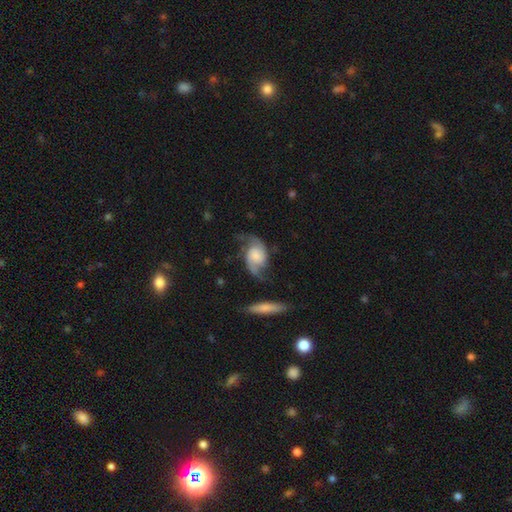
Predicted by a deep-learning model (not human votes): featured or disk 79%, smooth 15%, star or artifact 6%. Down the decision tree: edge-on disk — no (97%); bar — no (64%); spiral arms — yes (95%); spiral arm count — 2 (92%); spiral winding — loose (54%); bulge size — small (26%); merging — none (58%).